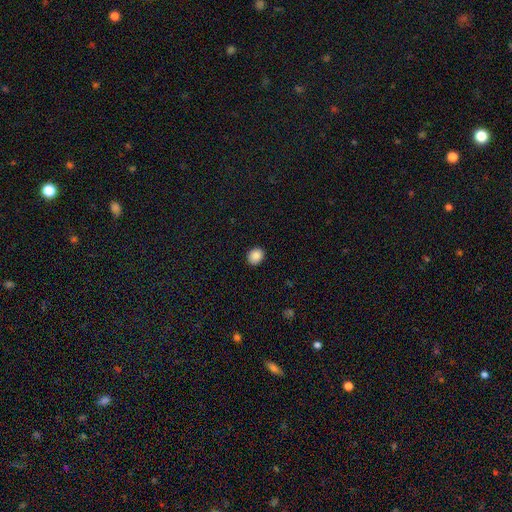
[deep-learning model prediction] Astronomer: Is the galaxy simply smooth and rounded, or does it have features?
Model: smooth — 87%.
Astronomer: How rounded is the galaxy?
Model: round — 63%.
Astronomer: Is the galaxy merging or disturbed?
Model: none — 91%.